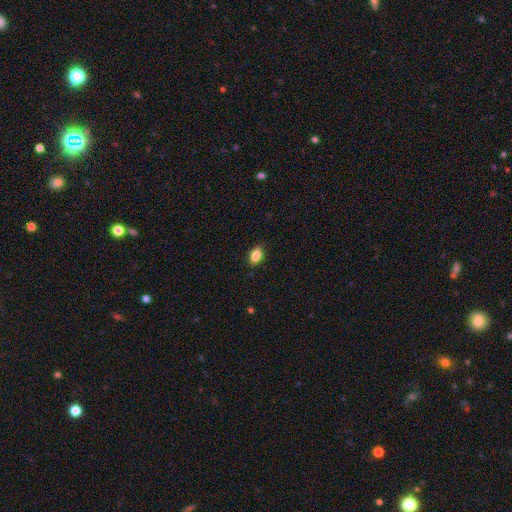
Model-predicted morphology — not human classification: Q: Smooth or featured?
A: smooth (88%); runner-up: star or artifact (8%)
Q: How rounded?
A: in between (83%); runner-up: round (15%)
Q: Merging?
A: none (87%); runner-up: minor disturbance (10%)